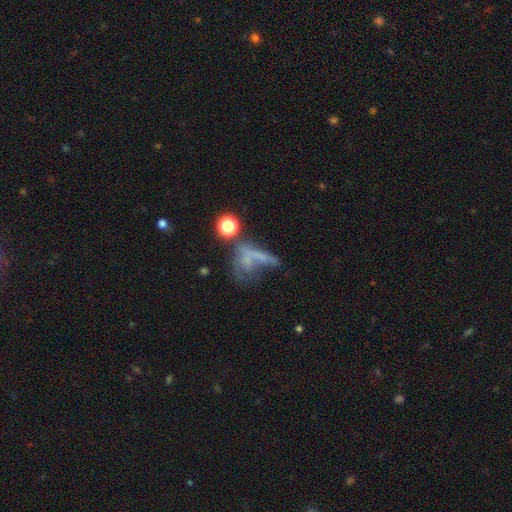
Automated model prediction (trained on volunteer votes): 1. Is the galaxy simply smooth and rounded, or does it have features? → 40% smooth, 35% featured or disk, 25% star or artifact.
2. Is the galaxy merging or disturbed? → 35% major disturbance, 27% none, 25% merger, 14% minor disturbance.